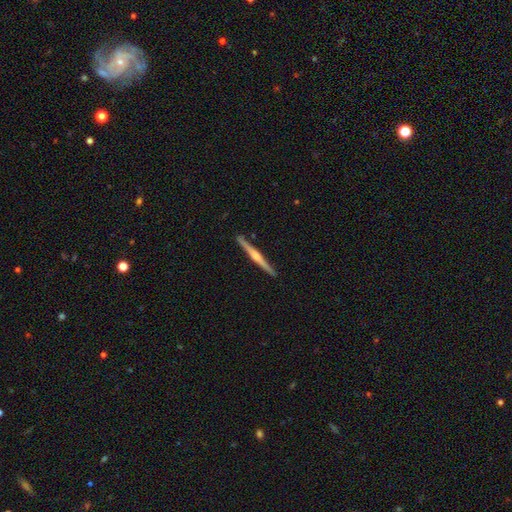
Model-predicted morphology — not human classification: type=featured or disk (74%); edge-on=yes (99%); edge-on bulge=rounded (69%); merging=none (92%).